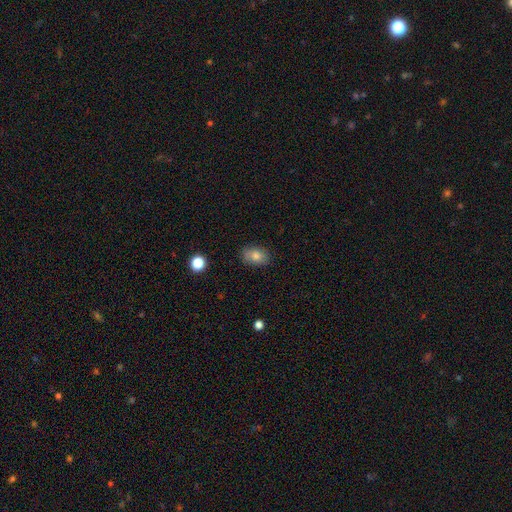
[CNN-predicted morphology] smooth_or_featured: smooth (p=0.80) [alt: featured or disk p=0.11]
how_rounded: in between (p=0.81) [alt: round p=0.18]
merging: none (p=0.82) [alt: minor disturbance p=0.14]